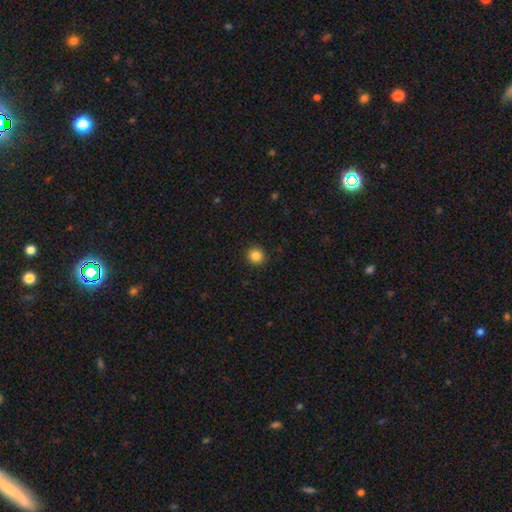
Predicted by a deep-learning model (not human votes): A smooth galaxy with no disk features (85%) that is round (91%). Merging: none (92%).